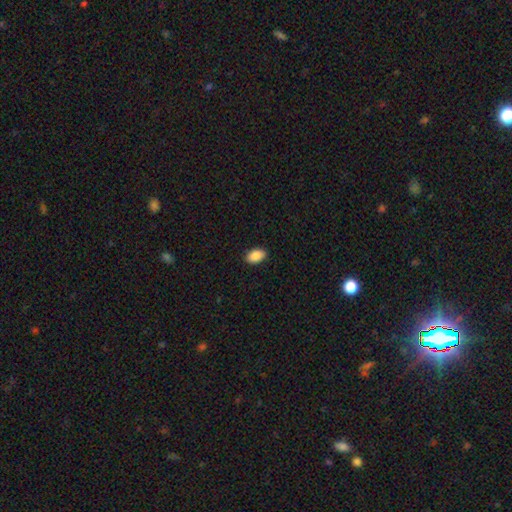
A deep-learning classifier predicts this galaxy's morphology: A smooth galaxy with no disk features (90%) that is in between round and cigar-shaped (93%).

Vote fractions:
- Smooth or featured? smooth: 90% / star or artifact: 7% / featured or disk: 3%
- How rounded? in between: 93% / round: 6% / cigar-shaped: 2%
- Merging? none: 89% / minor disturbance: 8% / major disturbance: 2% / merger: 1%